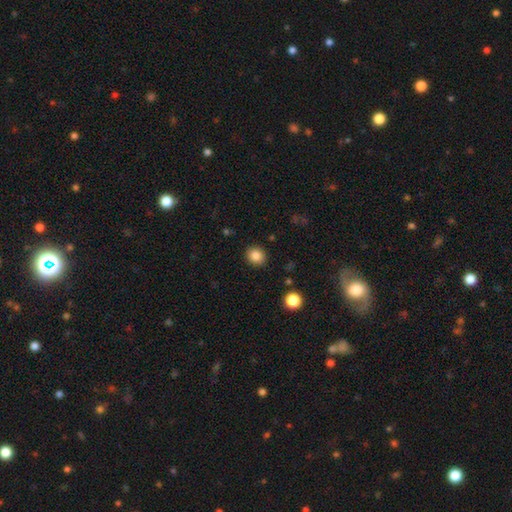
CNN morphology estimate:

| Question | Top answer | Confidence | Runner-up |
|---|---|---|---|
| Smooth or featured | smooth | 85% | star or artifact (10%) |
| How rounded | round | 84% | in between (16%) |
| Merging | none | 91% | minor disturbance (6%) |